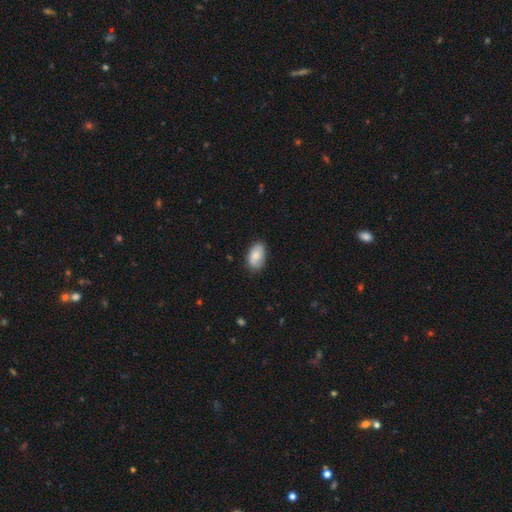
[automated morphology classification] smooth_or_featured: smooth (p=0.77) [alt: featured or disk p=0.16]
how_rounded: in between (p=0.91) [alt: round p=0.07]
merging: none (p=0.74) [alt: minor disturbance p=0.21]